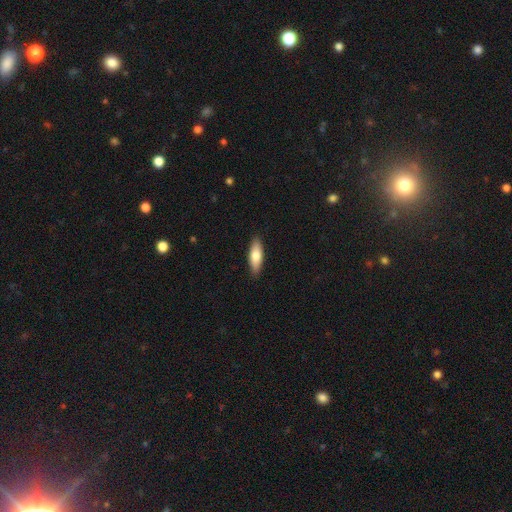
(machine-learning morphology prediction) smooth-or-featured: smooth: 76% | featured or disk: 19% | star or artifact: 6%
  how-rounded: in between: 60% | cigar-shaped: 38% | round: 2%
  merging: none: 88% | minor disturbance: 9% | major disturbance: 2% | merger: 1%